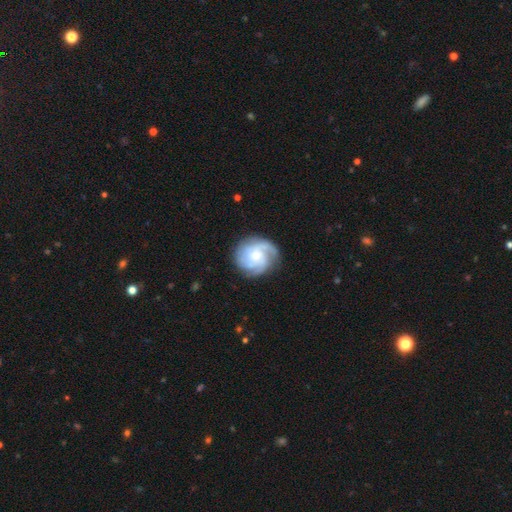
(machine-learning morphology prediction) This is clearly a featured or disk galaxy (82%). It is clearly not viewed edge-on (98%). Bar: likely no (74%). Spiral arm pattern: clearly yes (97%). Spiral arm count: marginally 3 (44%). Spiral winding: possibly tight (50%). Central bulge: possibly small (56%). Merging: likely none (78%).